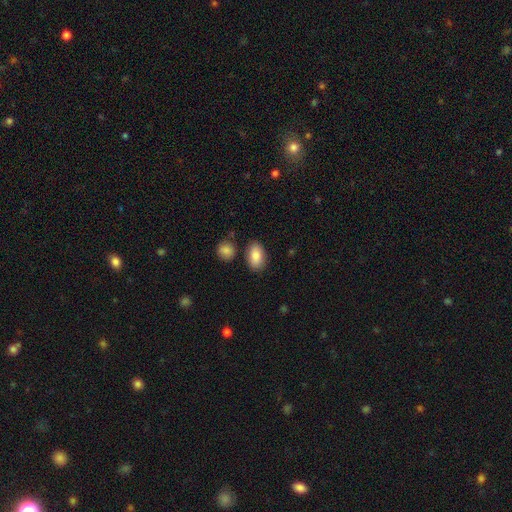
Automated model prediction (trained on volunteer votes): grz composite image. It shows a smooth galaxy with no disk features (86%) that is in between round and cigar-shaped (92%). Merging: none (82%).